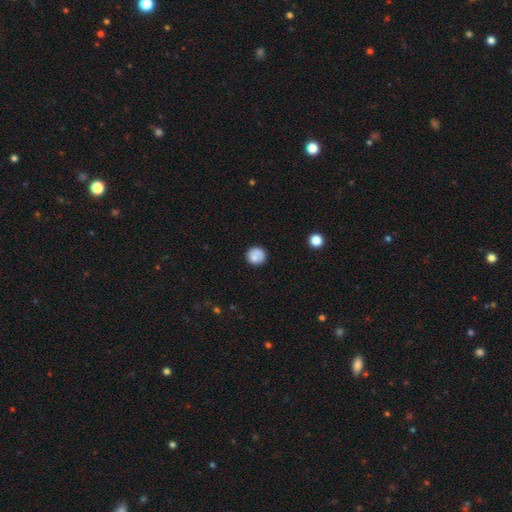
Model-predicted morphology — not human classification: Smooth or featured?
  - smooth: 78% *
  - featured or disk: 13%
  - star or artifact: 9%
How rounded?
  - round: 93% *
  - in between: 7%
  - cigar-shaped: 1%
Merging?
  - none: 82% *
  - minor disturbance: 13%
  - major disturbance: 3%
  - merger: 2%